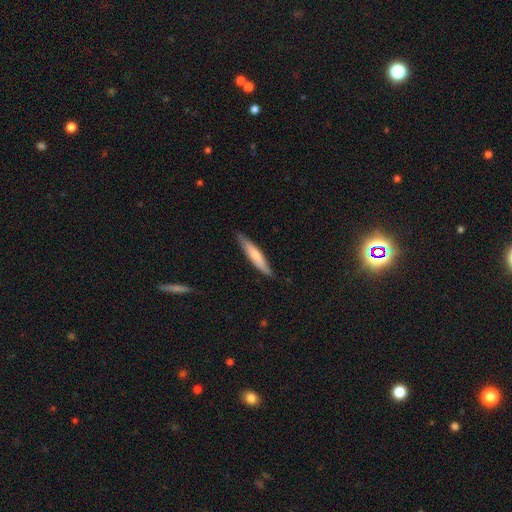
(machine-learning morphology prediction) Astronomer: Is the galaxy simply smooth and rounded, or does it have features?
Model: smooth — 70%.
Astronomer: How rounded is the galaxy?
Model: cigar-shaped — 89%.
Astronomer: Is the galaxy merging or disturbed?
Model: none — 84%.